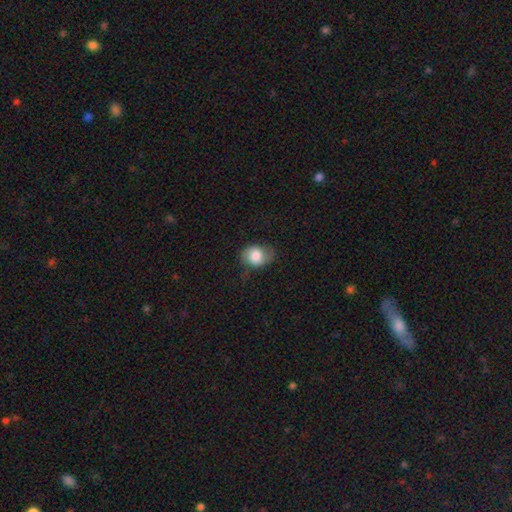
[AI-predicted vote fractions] Q: Smooth or featured?
A: smooth (71%); runner-up: featured or disk (21%)
Q: How rounded?
A: in between (55%); runner-up: round (44%)
Q: Merging?
A: none (59%); runner-up: minor disturbance (28%)